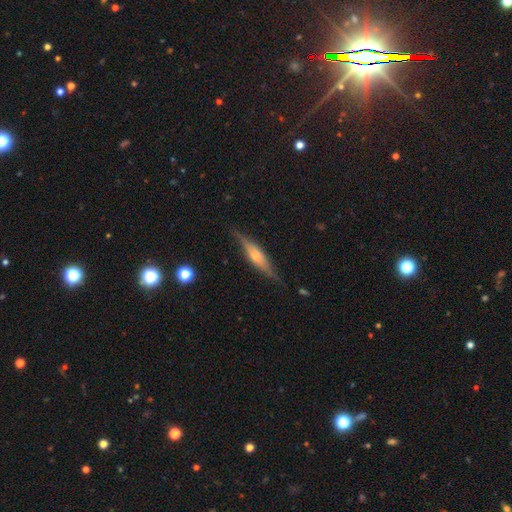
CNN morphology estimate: featured or disk 65%, smooth 28%, star or artifact 7%. Down the decision tree: edge-on disk — yes (93%); edge-on bulge — rounded (65%); merging — none (80%).